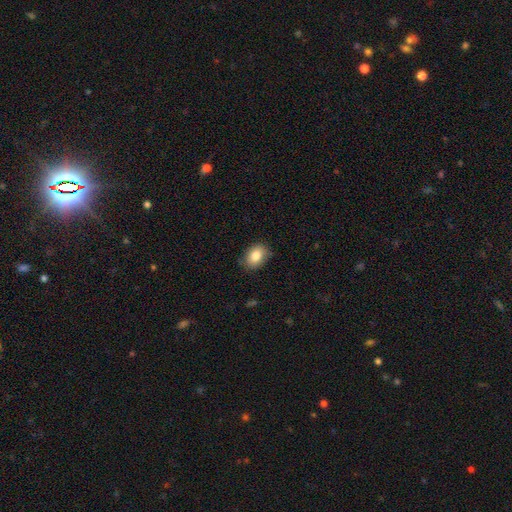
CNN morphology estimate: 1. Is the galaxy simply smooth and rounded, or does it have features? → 83% smooth, 9% featured or disk, 8% star or artifact.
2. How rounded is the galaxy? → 75% in between, 24% round, 1% cigar-shaped.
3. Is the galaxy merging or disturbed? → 83% none, 14% minor disturbance, 3% major disturbance, 1% merger.